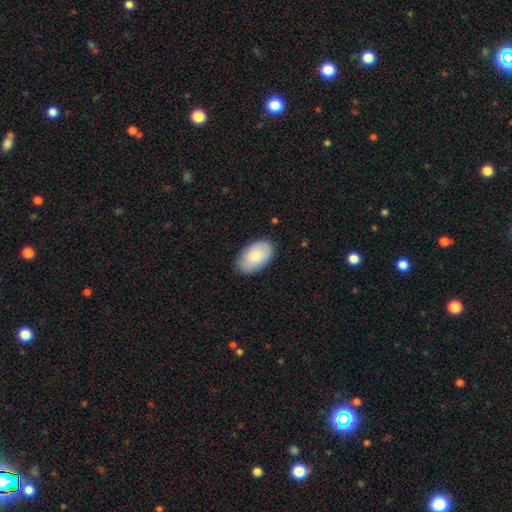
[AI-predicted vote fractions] Smooth or featured? smooth (83%)
How rounded? in between (94%)
Merging? none (85%)